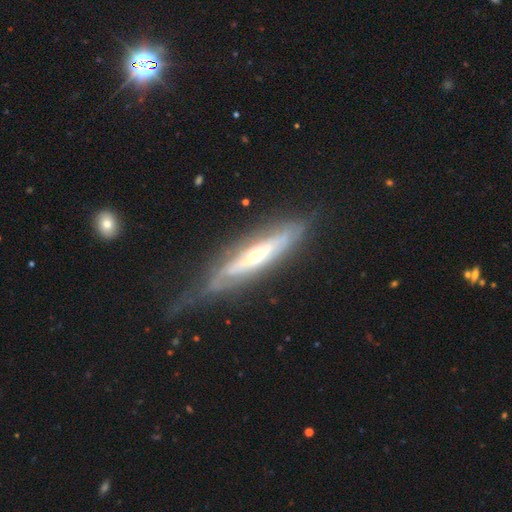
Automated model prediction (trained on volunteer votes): A featured or disk galaxy (78%) viewed edge-on (51%). Merging: none (52%).